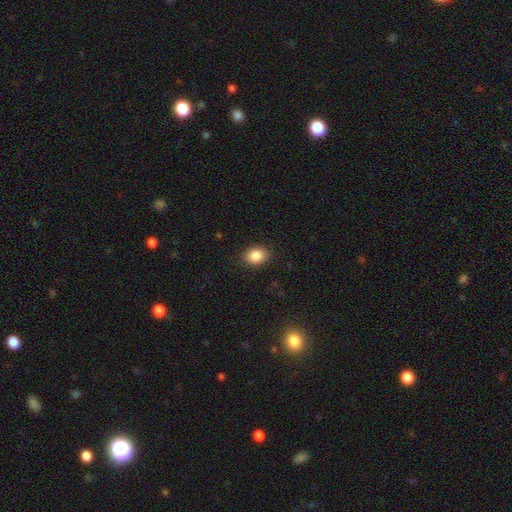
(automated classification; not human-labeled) Smooth or featured: smooth — 87% (star or artifact — 8%)
How rounded: in between — 62% (round — 37%)
Merging: none — 87% (minor disturbance — 9%)